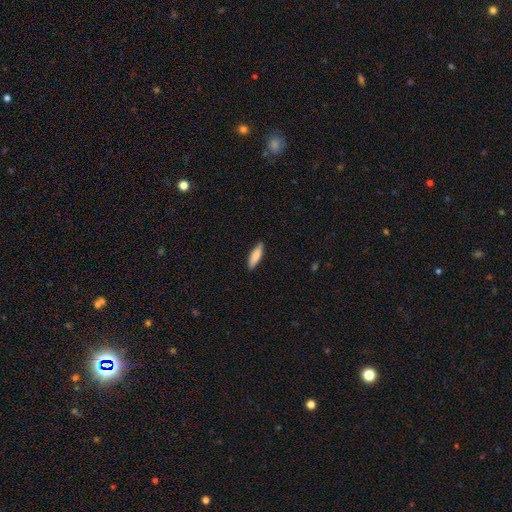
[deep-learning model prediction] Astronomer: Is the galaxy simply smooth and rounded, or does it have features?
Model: smooth — 82%.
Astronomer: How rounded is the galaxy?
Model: cigar-shaped — 58% (runner-up: in between, 41%).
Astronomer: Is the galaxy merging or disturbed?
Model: none — 88%.